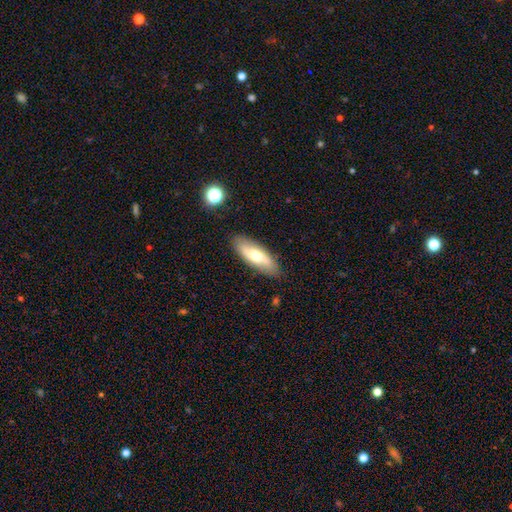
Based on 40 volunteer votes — This appears to be a smooth galaxy with no disk features (72%) that is in between round and cigar-shaped (66%). Merging: none (87%).